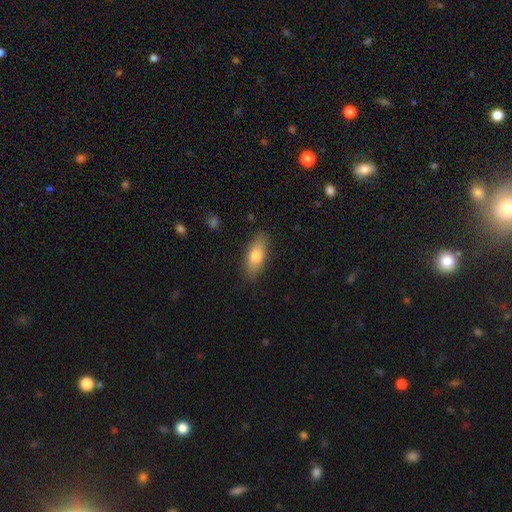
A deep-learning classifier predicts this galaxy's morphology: The model was most divided on "how rounded": in between: 72%, cigar-shaped: 26%, round: 3%. More confident: merging — none (84%); smooth or featured — smooth (77%).